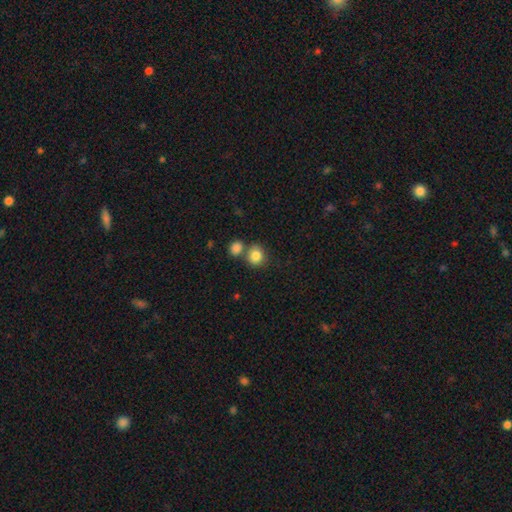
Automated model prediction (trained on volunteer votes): Smooth or featured? Predicted: smooth (p=0.85). How rounded? Predicted: round (p=0.77). Merging? Predicted: none (p=0.57).